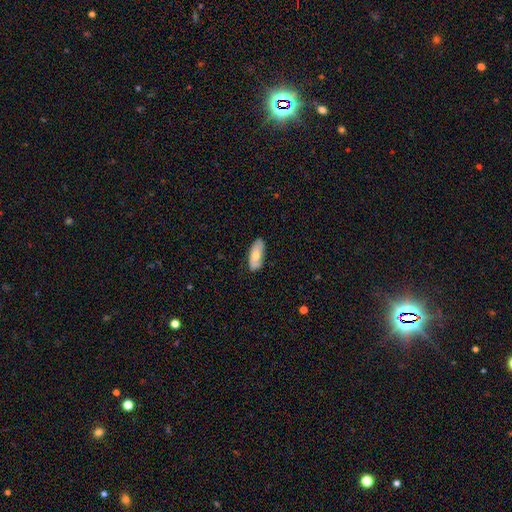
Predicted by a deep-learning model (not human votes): A smooth galaxy with no disk features (69%) that is in between round and cigar-shaped (81%).

Vote fractions:
- Smooth or featured? smooth: 69% / featured or disk: 25% / star or artifact: 6%
- How rounded? in between: 81% / cigar-shaped: 17% / round: 2%
- Merging? none: 78% / minor disturbance: 17% / major disturbance: 3% / merger: 1%